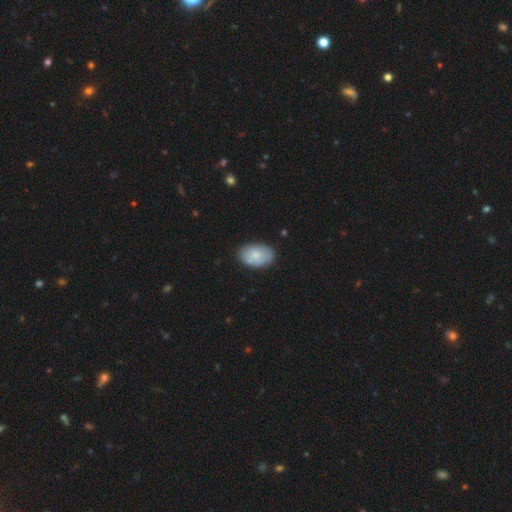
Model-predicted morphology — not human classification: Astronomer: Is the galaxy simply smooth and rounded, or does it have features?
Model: smooth — 76%.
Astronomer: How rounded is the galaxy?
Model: in between — 90%.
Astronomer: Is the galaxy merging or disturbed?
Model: none — 78%.